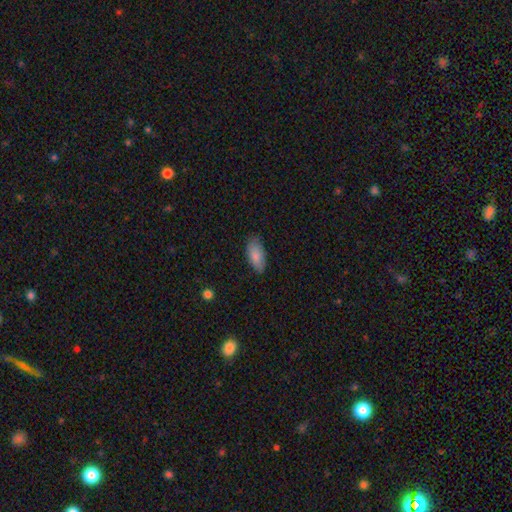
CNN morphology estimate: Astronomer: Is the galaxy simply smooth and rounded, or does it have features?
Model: smooth — 86%.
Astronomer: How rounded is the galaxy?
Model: in between — 90%.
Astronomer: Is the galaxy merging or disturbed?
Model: none — 81%.